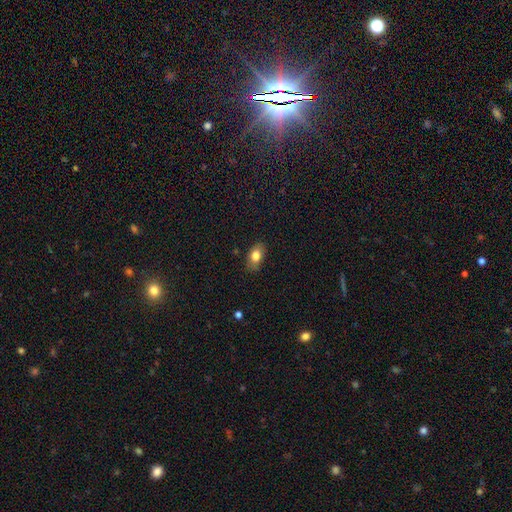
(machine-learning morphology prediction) This is likely a smooth galaxy (80%). How rounded: clearly in between (86%). Merging: likely none (79%).